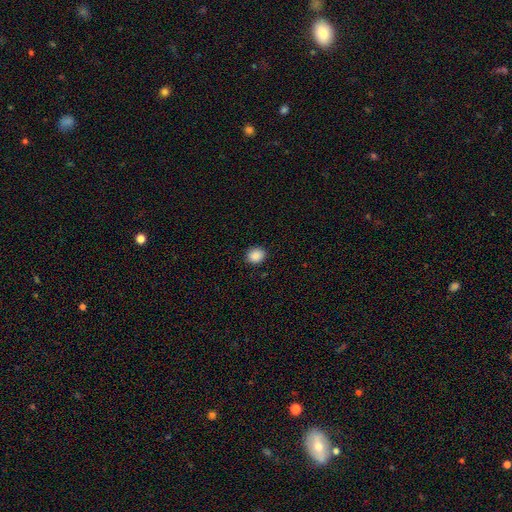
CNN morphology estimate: Smooth or featured? Predicted: smooth (p=0.88). How rounded? Predicted: round (p=0.70). Merging? Predicted: none (p=0.90).